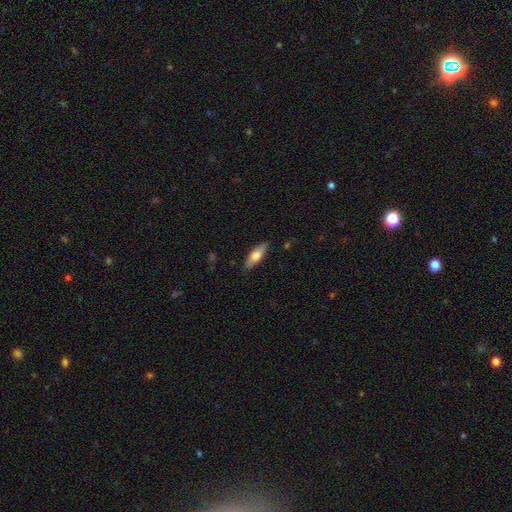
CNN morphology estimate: smooth_or_featured: smooth (p=0.70) [alt: featured or disk p=0.25]
how_rounded: in between (p=0.65) [alt: cigar-shaped p=0.33]
merging: none (p=0.85) [alt: minor disturbance p=0.12]